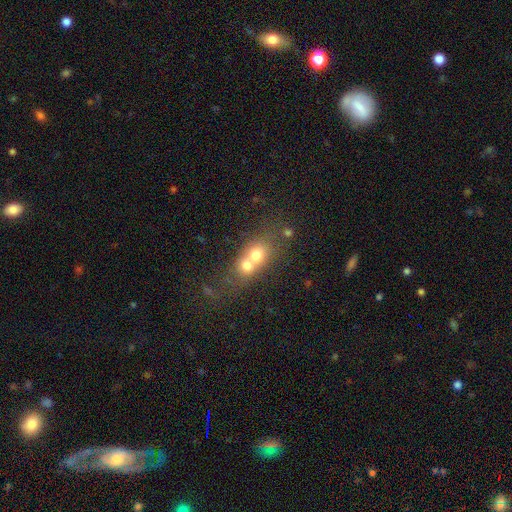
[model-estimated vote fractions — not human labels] smooth_or_featured: smooth (p=0.63) [alt: featured or disk p=0.25]
how_rounded: round (p=0.58) [alt: in between p=0.38]
merging: merger (p=0.71) [alt: none p=0.20]